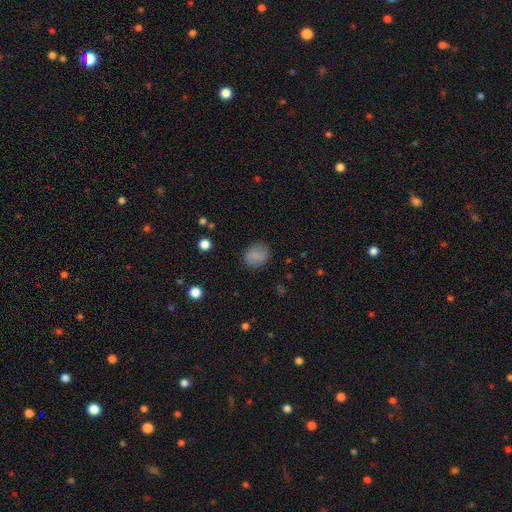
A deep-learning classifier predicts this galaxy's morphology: Overall: smooth (82%). How rounded: round (65%; in between 34%). Merging: none (82%).